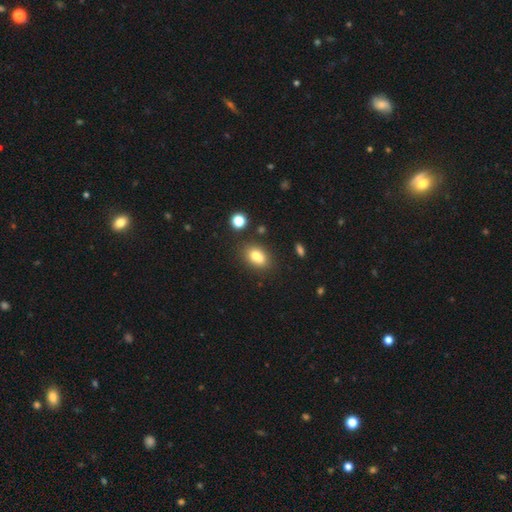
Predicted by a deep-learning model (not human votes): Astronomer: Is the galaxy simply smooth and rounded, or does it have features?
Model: smooth — 76%.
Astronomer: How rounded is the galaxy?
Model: in between — 76%.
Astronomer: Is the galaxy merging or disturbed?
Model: none — 62%.